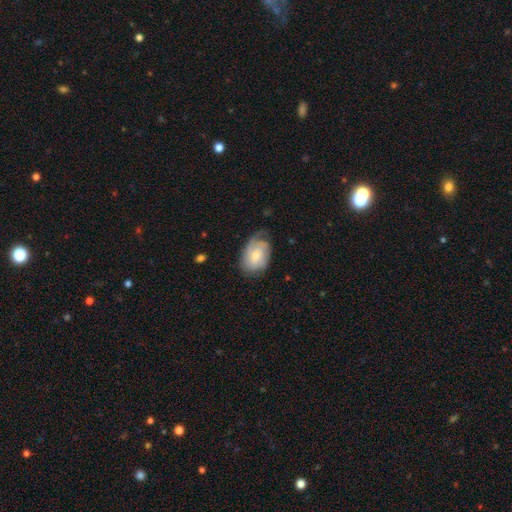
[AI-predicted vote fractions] Smooth or featured? featured or disk (53%)
Edge-on disk? no (95%)
Bar? no (67%)
Spiral arms? yes (84%)
Bulge size? small (53%)
Merging? none (56%)